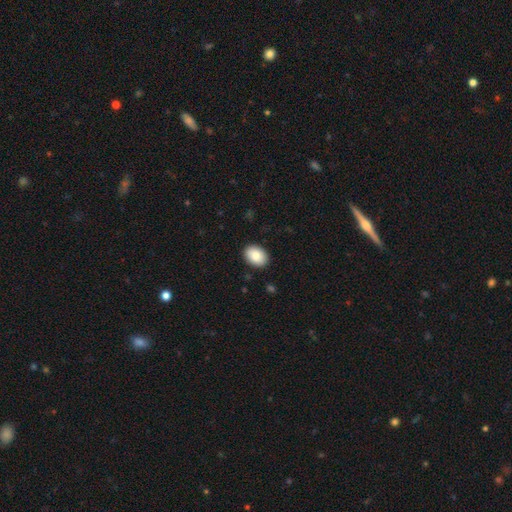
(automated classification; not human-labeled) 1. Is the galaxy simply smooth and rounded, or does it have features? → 87% smooth, 7% featured or disk, 7% star or artifact.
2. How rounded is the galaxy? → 79% in between, 20% round, 1% cigar-shaped.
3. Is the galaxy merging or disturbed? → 90% none, 8% minor disturbance, 2% major disturbance, 1% merger.